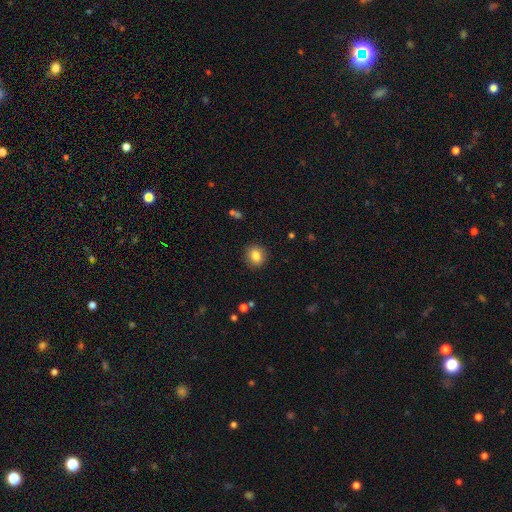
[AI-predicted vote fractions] smooth-or-featured: smooth: 83% | star or artifact: 9% | featured or disk: 7%
  how-rounded: round: 78% | in between: 21% | cigar-shaped: 1%
  merging: none: 90% | minor disturbance: 7% | major disturbance: 2% | merger: 1%